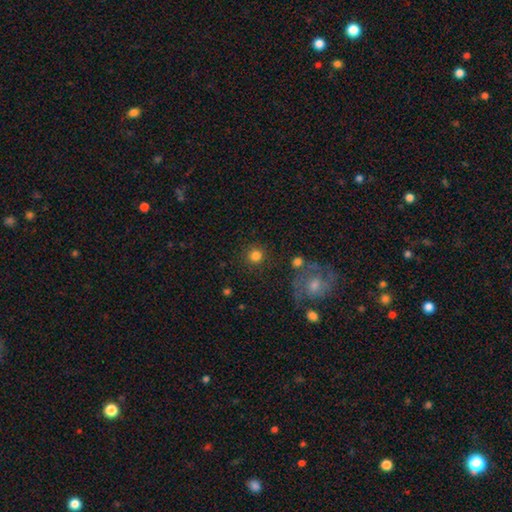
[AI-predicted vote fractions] Smooth or featured?
  - smooth: 82% *
  - star or artifact: 11%
  - featured or disk: 6%
How rounded?
  - round: 93% *
  - in between: 6%
  - cigar-shaped: 1%
Merging?
  - none: 85% *
  - minor disturbance: 7%
  - merger: 4%
  - major disturbance: 4%